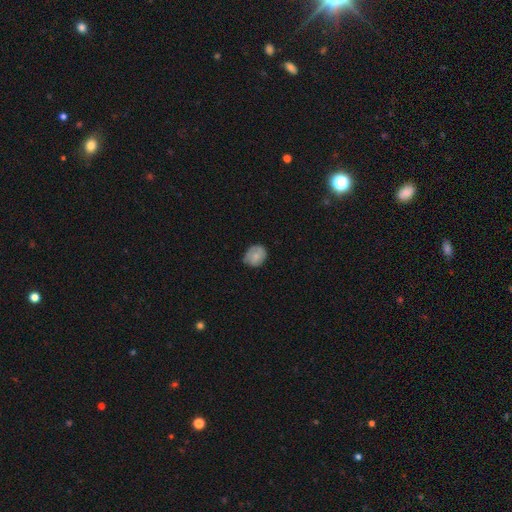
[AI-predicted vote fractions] Smooth or featured? smooth (72%)
How rounded? round (61%)
Merging? none (62%)